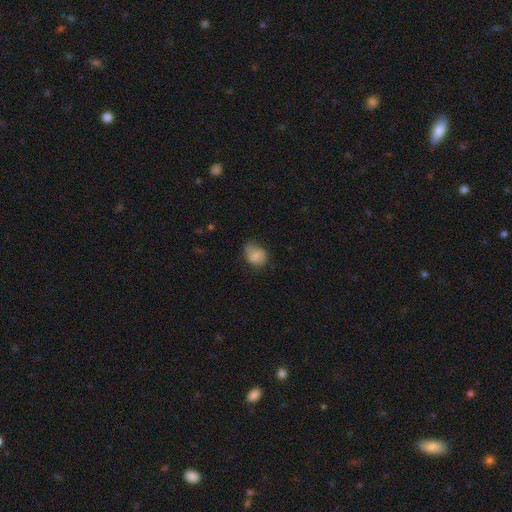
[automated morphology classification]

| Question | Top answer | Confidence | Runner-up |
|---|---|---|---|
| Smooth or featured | smooth | 77% | featured or disk (14%) |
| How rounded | in between | 50% | round (49%) |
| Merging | none | 58% | minor disturbance (31%) |